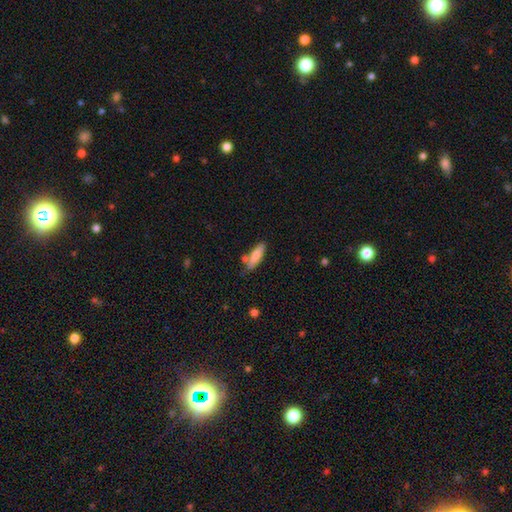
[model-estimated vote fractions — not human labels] The model was most divided on "how rounded": cigar-shaped: 62%, in between: 37%, round: 2%. More confident: smooth or featured — smooth (80%); merging — none (72%).